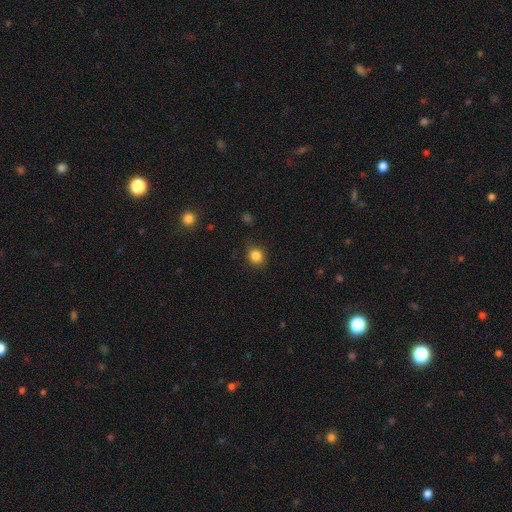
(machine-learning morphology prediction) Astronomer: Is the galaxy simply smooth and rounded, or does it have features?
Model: smooth — 84%.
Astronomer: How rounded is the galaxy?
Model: round — 86%.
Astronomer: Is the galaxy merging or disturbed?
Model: none — 85%.